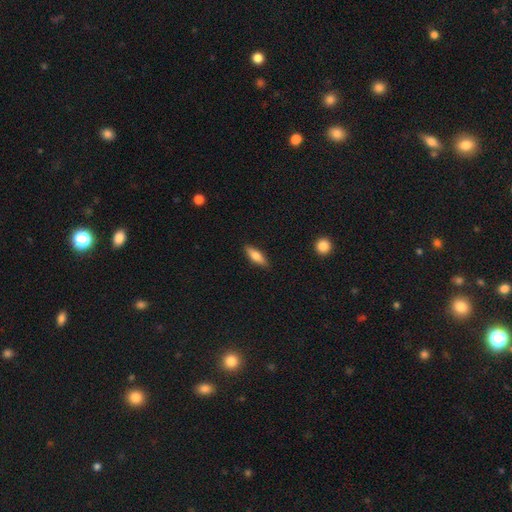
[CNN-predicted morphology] smooth 70%, featured or disk 24%, star or artifact 6%. Down the decision tree: how rounded — in between (50%); merging — none (87%).